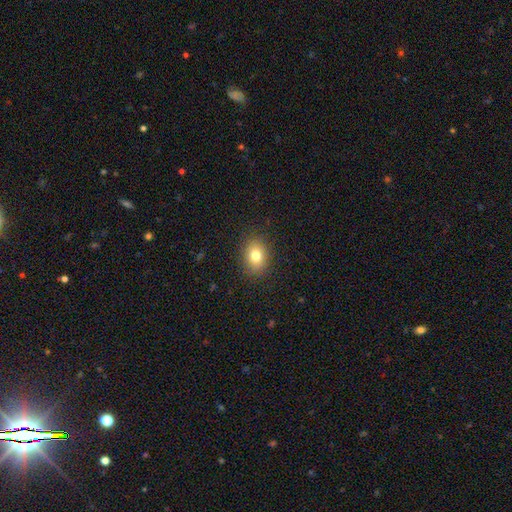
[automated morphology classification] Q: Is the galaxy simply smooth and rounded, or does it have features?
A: smooth — 79%.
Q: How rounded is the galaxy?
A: in between — 58%.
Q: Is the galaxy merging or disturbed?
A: none — 88%.